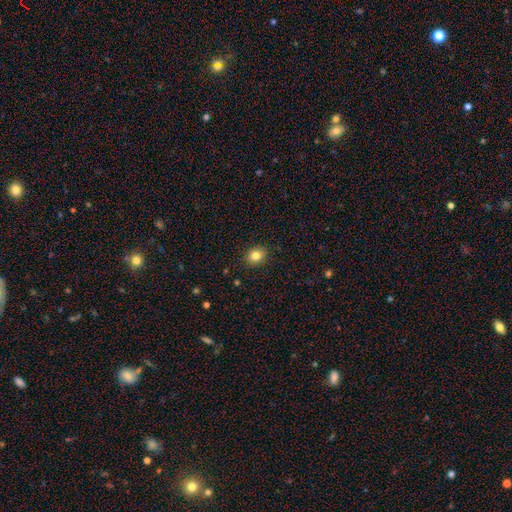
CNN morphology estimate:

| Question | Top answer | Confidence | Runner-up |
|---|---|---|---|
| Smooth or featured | smooth | 83% | star or artifact (10%) |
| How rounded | round | 54% | in between (46%) |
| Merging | none | 89% | minor disturbance (8%) |